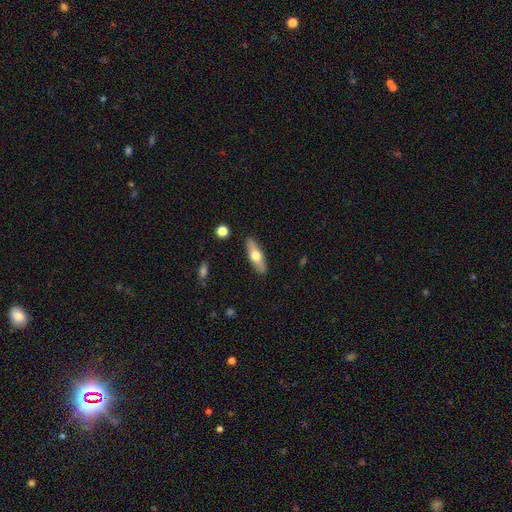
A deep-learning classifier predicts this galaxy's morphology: Smooth or featured: smooth — 55% (featured or disk — 39%)
How rounded: in between — 50% (cigar-shaped — 47%)
Merging: none — 89% (minor disturbance — 8%)